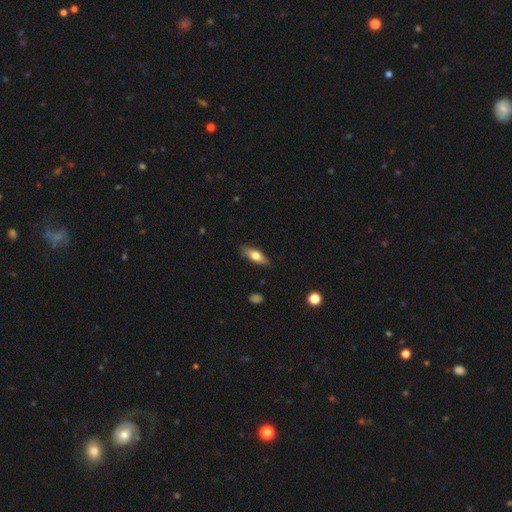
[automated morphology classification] Overall: smooth (67%). How rounded: in between (65%; cigar-shaped 32%). Merging: none (84%).